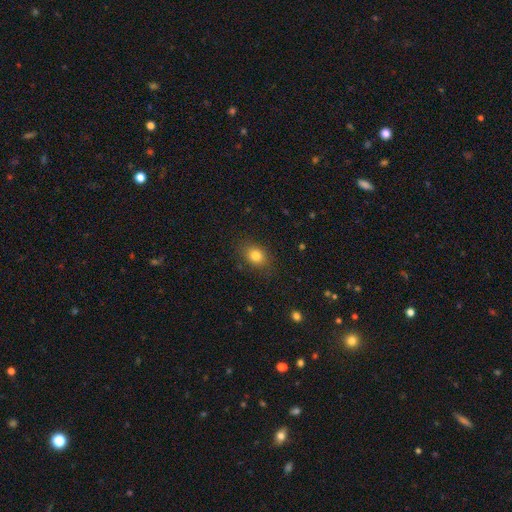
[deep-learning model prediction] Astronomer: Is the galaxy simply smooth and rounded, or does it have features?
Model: smooth — 81%.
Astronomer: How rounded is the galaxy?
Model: in between — 62%.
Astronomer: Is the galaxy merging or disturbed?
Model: none — 83%.